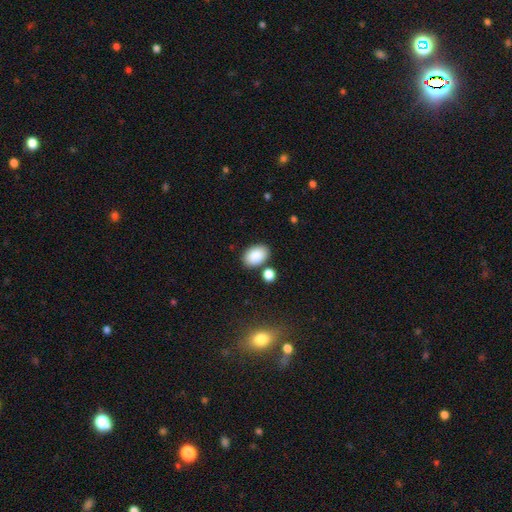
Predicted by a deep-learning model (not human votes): The model was most divided on "merging": none: 79%, minor disturbance: 10%, merger: 8%, major disturbance: 3%. More confident: how rounded — in between (88%); smooth or featured — smooth (87%).